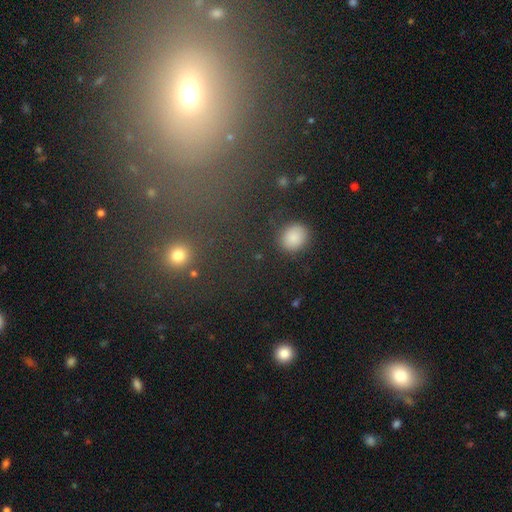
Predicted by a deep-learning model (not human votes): A smooth galaxy with no disk features (57%) that is round (72%). Merging: none (84%).